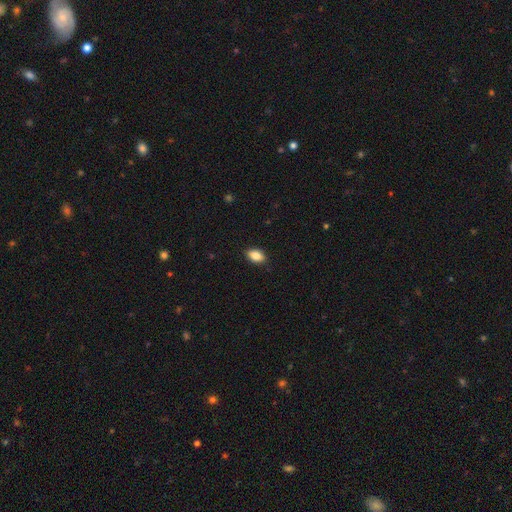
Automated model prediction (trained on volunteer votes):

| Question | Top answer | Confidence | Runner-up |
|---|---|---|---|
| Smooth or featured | smooth | 87% | star or artifact (8%) |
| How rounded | in between | 90% | round (8%) |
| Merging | none | 89% | minor disturbance (8%) |